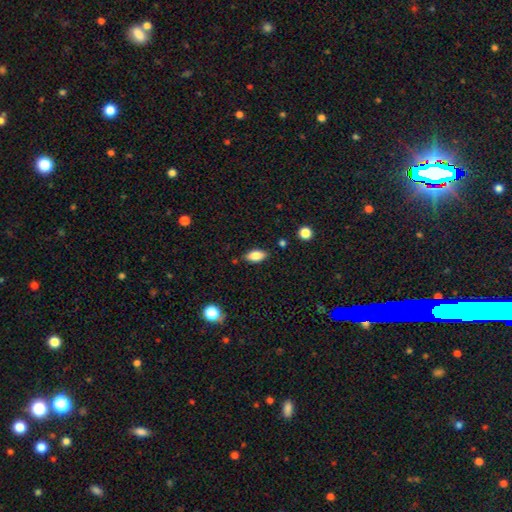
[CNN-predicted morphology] Smooth or featured? smooth (80%)
How rounded? in between (88%)
Merging? none (82%)